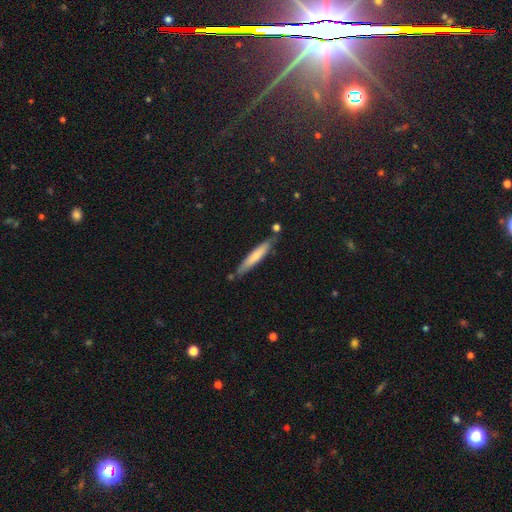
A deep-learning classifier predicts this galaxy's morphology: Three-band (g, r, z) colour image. It shows a smooth galaxy with no disk features (65%) that is cigar-shaped (92%). Merging: none (76%).